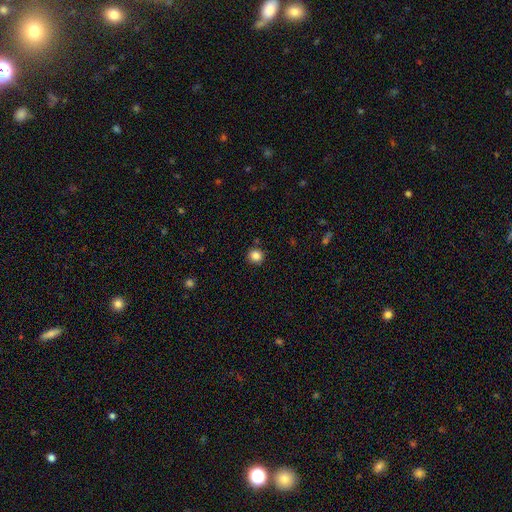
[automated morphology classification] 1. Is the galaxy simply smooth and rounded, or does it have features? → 85% smooth, 11% star or artifact, 4% featured or disk.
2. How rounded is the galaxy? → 92% round, 7% in between, 1% cigar-shaped.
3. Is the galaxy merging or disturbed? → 89% none, 6% minor disturbance, 2% merger, 2% major disturbance.